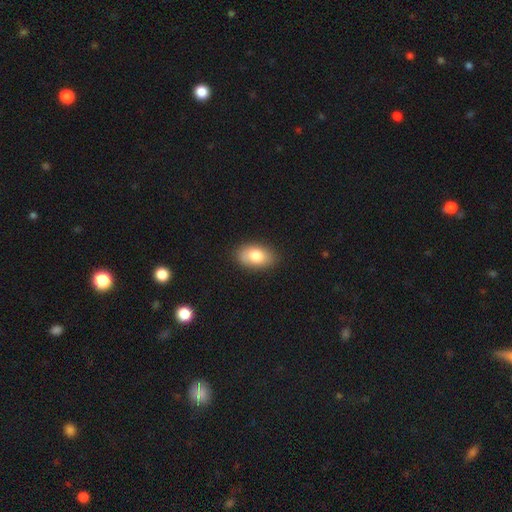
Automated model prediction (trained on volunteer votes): Smooth or featured? smooth (80%)
How rounded? in between (90%)
Merging? none (84%)